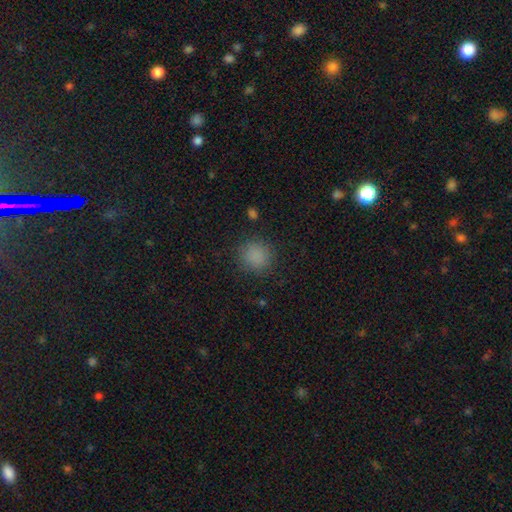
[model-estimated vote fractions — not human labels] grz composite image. It shows a smooth galaxy with no disk features (85%) that is round (90%). Merging: none (87%).